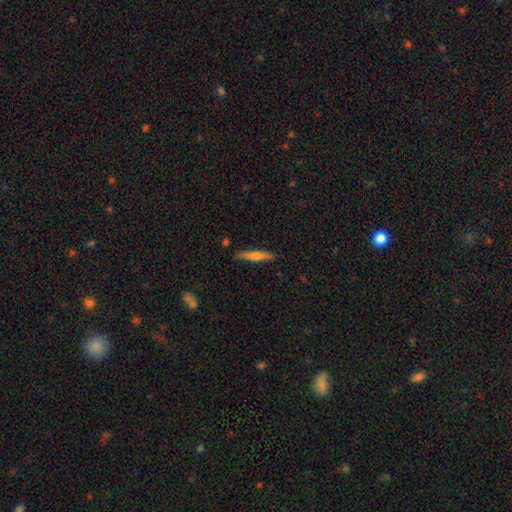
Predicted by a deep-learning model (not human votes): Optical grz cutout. It shows a smooth galaxy with no disk features (53%) that is cigar-shaped (91%). Merging: none (89%).